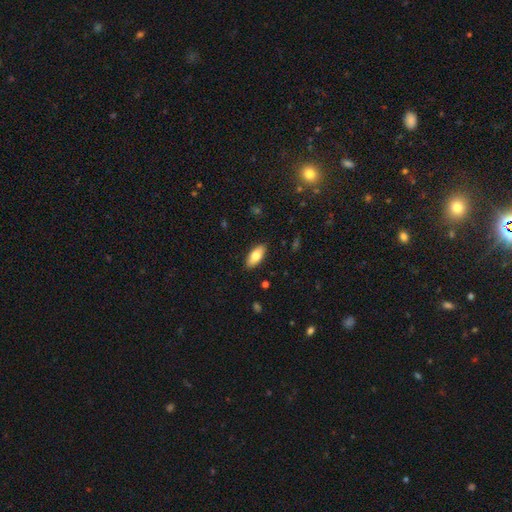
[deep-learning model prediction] Smooth or featured?
  - smooth: 75% *
  - featured or disk: 19%
  - star or artifact: 6%
How rounded?
  - in between: 84% *
  - cigar-shaped: 13%
  - round: 2%
Merging?
  - none: 88% *
  - minor disturbance: 9%
  - major disturbance: 2%
  - merger: 1%